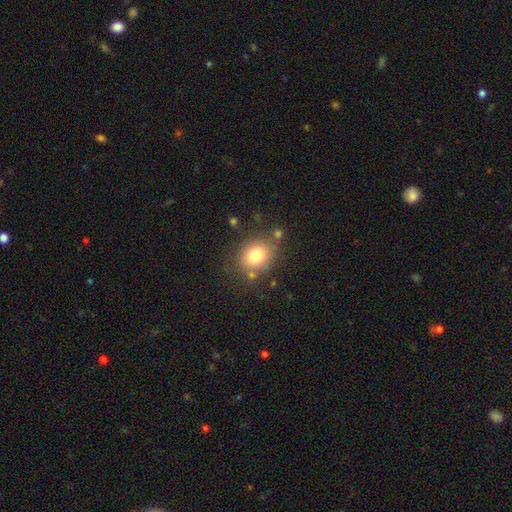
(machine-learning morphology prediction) type=smooth (78%); roundness=round (59%); merging=none (75%).